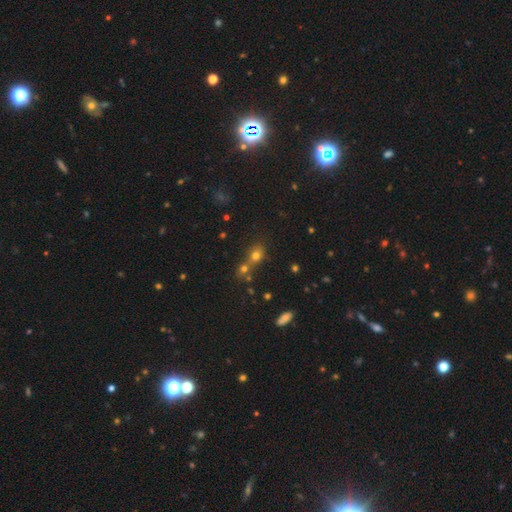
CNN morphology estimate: Smooth or featured? Predicted: smooth (p=0.67). How rounded? Predicted: round (p=0.61). Merging? Predicted: merger (p=0.48).